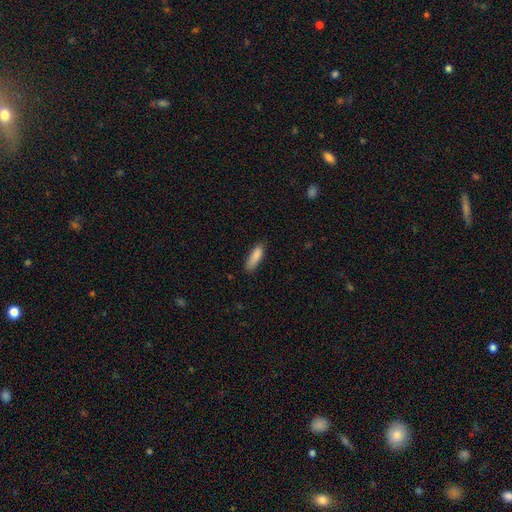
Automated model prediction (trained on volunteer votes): Smooth or featured: smooth — 87% (star or artifact — 7%)
How rounded: cigar-shaped — 51% (in between — 48%)
Merging: none — 72% (minor disturbance — 22%)